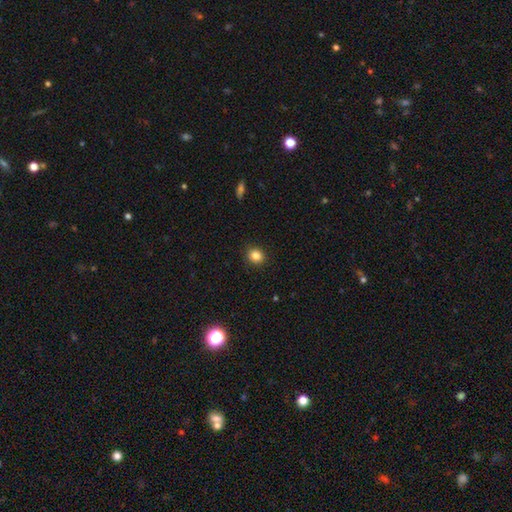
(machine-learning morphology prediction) A smooth galaxy with no disk features (84%) that is round (81%). Merging: none (91%).